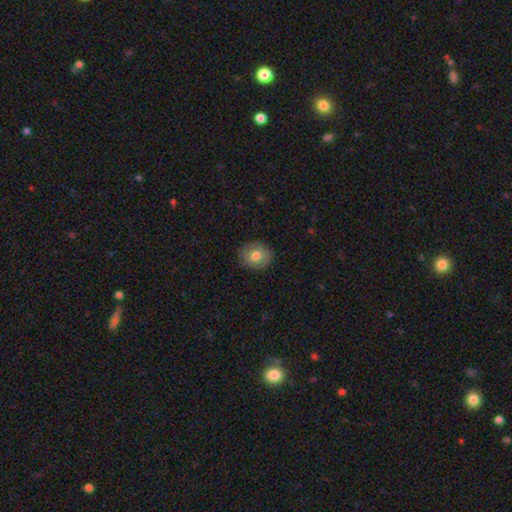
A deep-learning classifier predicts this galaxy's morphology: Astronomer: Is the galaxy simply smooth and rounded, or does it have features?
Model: smooth — 69%.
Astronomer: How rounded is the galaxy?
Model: round — 72%.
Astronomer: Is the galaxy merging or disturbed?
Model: none — 86%.